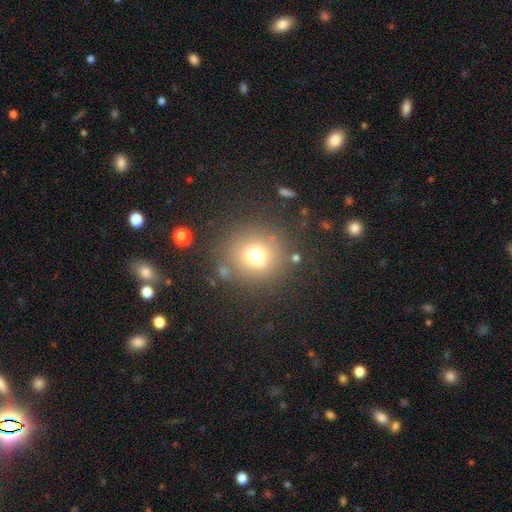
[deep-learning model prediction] Q: Smooth or featured?
A: smooth (70%); runner-up: star or artifact (18%)
Q: How rounded?
A: round (85%); runner-up: in between (14%)
Q: Merging?
A: none (75%); runner-up: minor disturbance (11%)